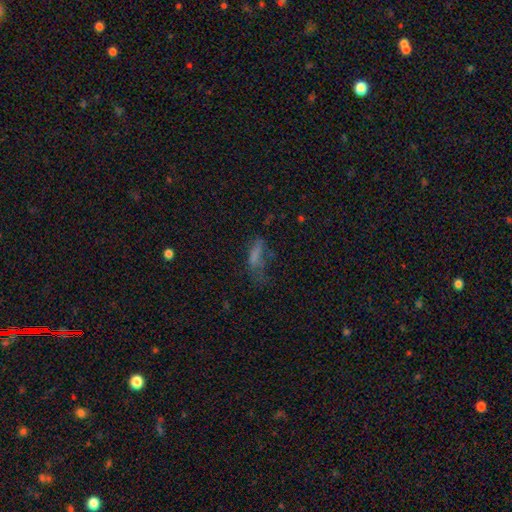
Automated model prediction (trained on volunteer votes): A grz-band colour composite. It shows a smooth galaxy with no disk features (60%) that is in between round and cigar-shaped (58%). Merging: major disturbance (40%).